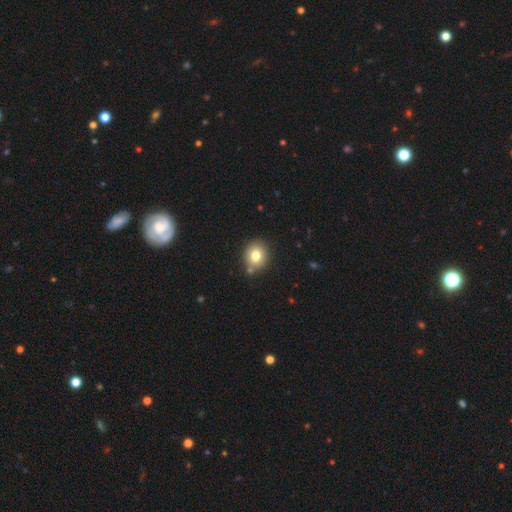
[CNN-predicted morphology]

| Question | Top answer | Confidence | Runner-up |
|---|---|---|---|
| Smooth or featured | smooth | 78% | star or artifact (11%) |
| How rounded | round | 76% | in between (23%) |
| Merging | none | 82% | minor disturbance (10%) |